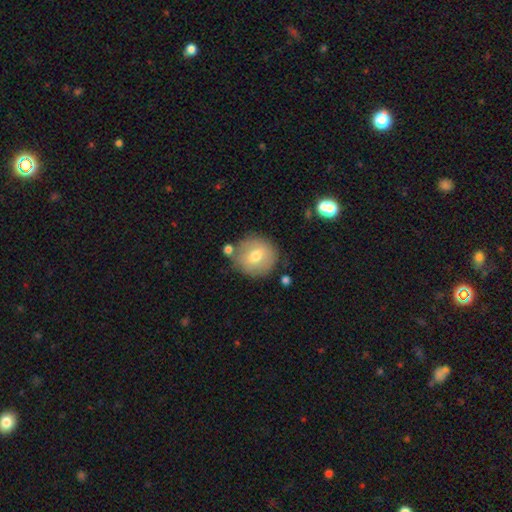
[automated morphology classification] Q: Smooth or featured?
A: smooth (68%); runner-up: featured or disk (24%)
Q: How rounded?
A: round (90%); runner-up: in between (9%)
Q: Merging?
A: none (75%); runner-up: minor disturbance (13%)